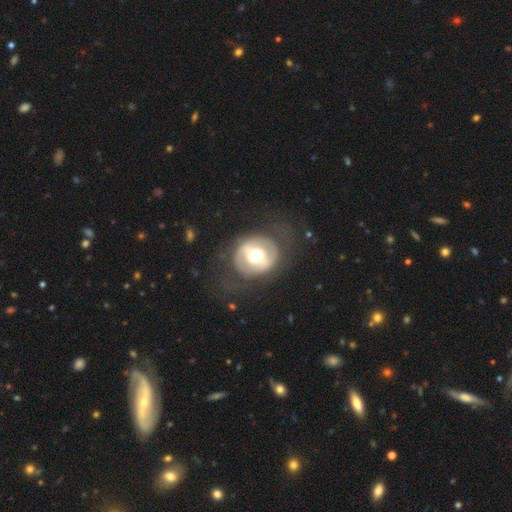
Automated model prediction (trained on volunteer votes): The model was most divided on "bar": strong: 38%, no: 34%, weak: 29%. More confident: edge-on disk — no (94%); spiral arms — no (78%); merging — none (70%); bulge size — moderate (58%); smooth or featured — featured or disk (55%).